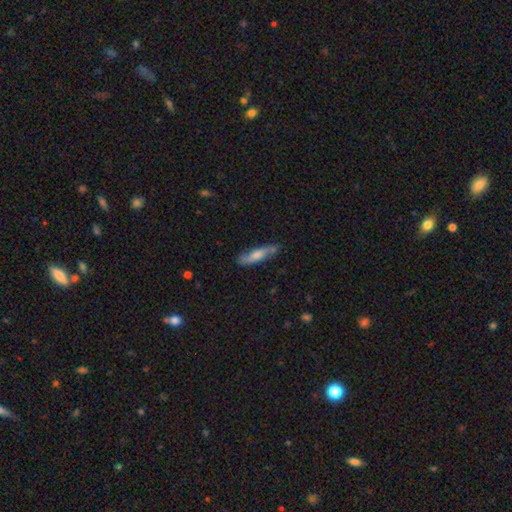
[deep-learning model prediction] Morphology: type=smooth (51%); roundness=cigar-shaped (78%); merging=none (75%).